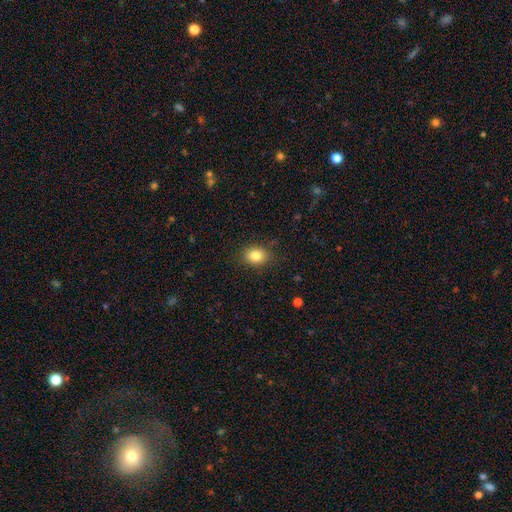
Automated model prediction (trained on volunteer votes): Smooth or featured?
  - smooth: 83% *
  - star or artifact: 10%
  - featured or disk: 7%
How rounded?
  - in between: 56% *
  - round: 43%
  - cigar-shaped: 1%
Merging?
  - none: 84% *
  - minor disturbance: 11%
  - major disturbance: 3%
  - merger: 1%